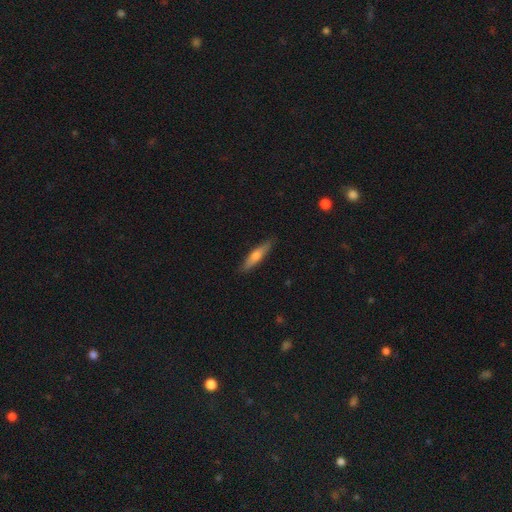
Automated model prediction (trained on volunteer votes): Smooth or featured? smooth (56%)
How rounded? cigar-shaped (83%)
Merging? none (88%)